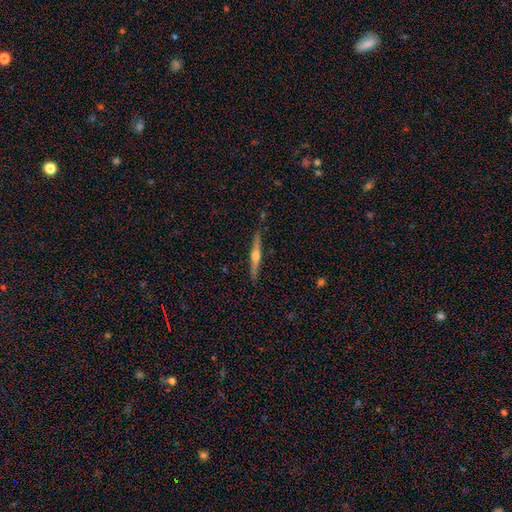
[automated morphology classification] type=featured or disk (72%); edge-on=yes (98%); edge-on bulge=rounded (93%); merging=none (88%).